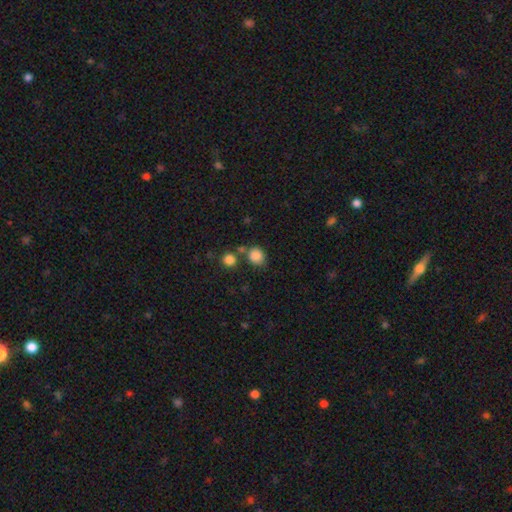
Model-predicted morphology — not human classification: A smooth galaxy with no disk features (85%) that is round (76%).

Vote fractions:
- Smooth or featured? smooth: 85% / star or artifact: 11% / featured or disk: 4%
- How rounded? round: 76% / in between: 23% / cigar-shaped: 1%
- Merging? none: 66% / merger: 19% / minor disturbance: 11% / major disturbance: 4%